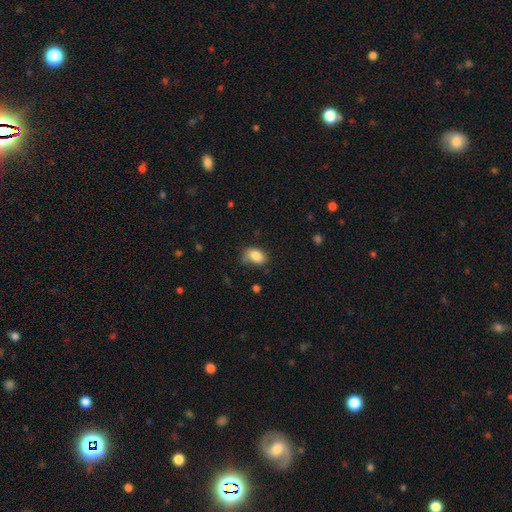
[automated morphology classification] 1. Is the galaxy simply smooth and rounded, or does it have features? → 84% smooth, 8% star or artifact, 8% featured or disk.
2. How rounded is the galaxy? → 81% in between, 18% round, 1% cigar-shaped.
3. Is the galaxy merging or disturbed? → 61% none, 28% minor disturbance, 8% major disturbance, 3% merger.